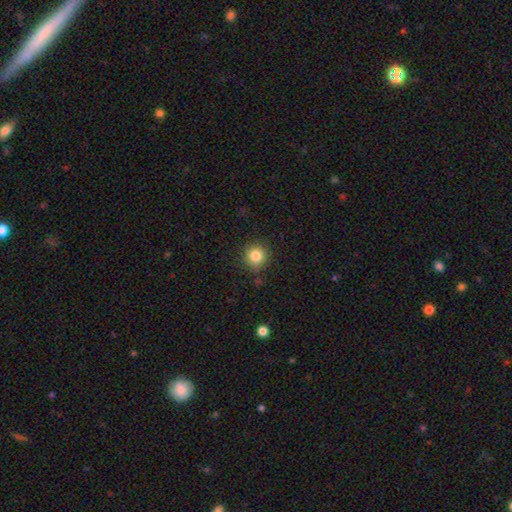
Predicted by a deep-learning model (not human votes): smooth-or-featured: smooth: 83% | star or artifact: 11% | featured or disk: 6%
  how-rounded: round: 93% | in between: 6% | cigar-shaped: 1%
  merging: none: 85% | minor disturbance: 10% | major disturbance: 3% | merger: 2%